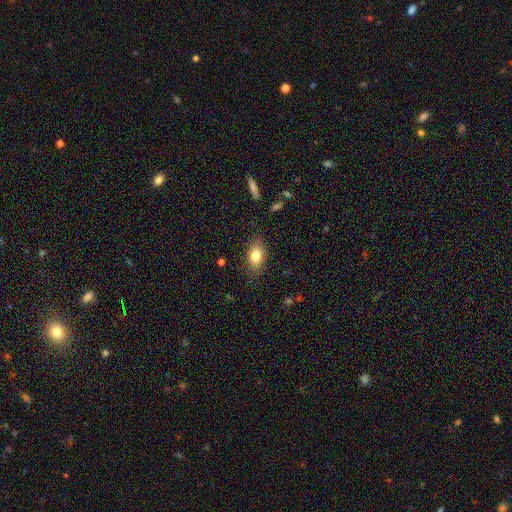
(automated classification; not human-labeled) This appears to be a smooth galaxy with no disk features (81%) that is in between round and cigar-shaped (88%). Merging: none (82%).